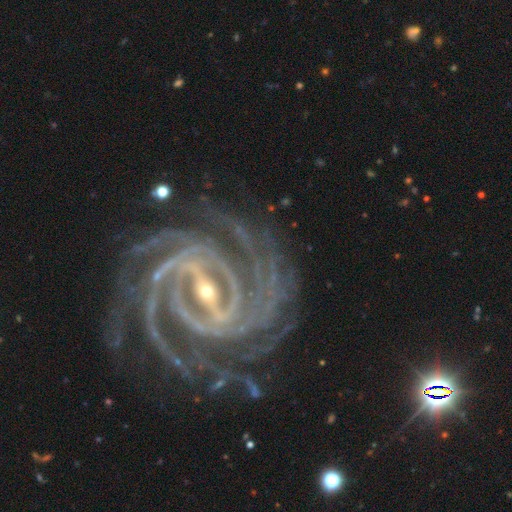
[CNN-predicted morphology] type=featured or disk (94%); edge-on=no (98%); bar=strong (71%); spiral arms=yes (99%); winding=tight (80%); arm count=4 (30%); bulge=small (71%); merging=none (79%).